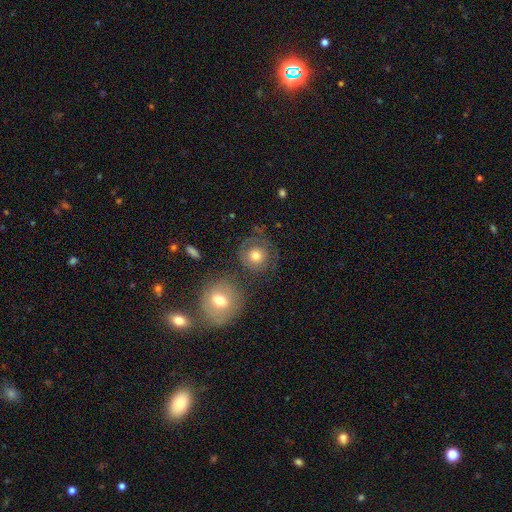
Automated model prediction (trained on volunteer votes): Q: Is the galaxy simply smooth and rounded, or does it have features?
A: smooth — 58%.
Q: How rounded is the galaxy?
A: round — 88%.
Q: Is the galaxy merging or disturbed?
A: none — 64%.